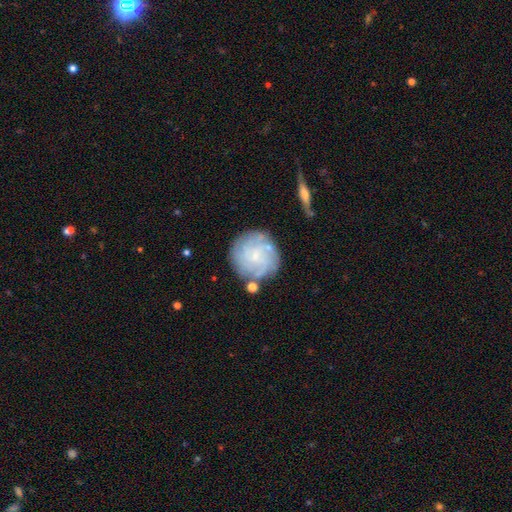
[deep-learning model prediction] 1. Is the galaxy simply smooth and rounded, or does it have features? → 68% featured or disk, 24% smooth, 8% star or artifact.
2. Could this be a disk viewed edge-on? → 97% no, 3% yes.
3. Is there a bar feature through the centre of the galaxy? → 70% no, 26% weak, 4% strong.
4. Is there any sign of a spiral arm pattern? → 88% yes, 12% no.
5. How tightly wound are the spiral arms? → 64% tight, 26% medium, 10% loose.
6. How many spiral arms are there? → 38% can't tell, 24% 4, 13% 3, 12% more than 4, 8% 2, 6% 1.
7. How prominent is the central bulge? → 76% small, 13% moderate, 8% none, 1% large, 1% dominant.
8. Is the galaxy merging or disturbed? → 75% none, 14% minor disturbance, 5% major disturbance, 5% merger.